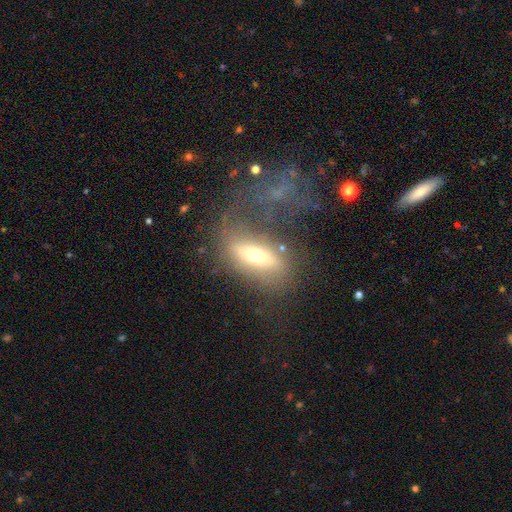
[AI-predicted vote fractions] A smooth galaxy with no disk features (52%) that is in between round and cigar-shaped (73%).

Vote fractions:
- Smooth or featured? smooth: 52% / featured or disk: 38% / star or artifact: 10%
- How rounded? in between: 73% / cigar-shaped: 20% / round: 7%
- Merging? none: 44% / major disturbance: 28% / minor disturbance: 18% / merger: 9%